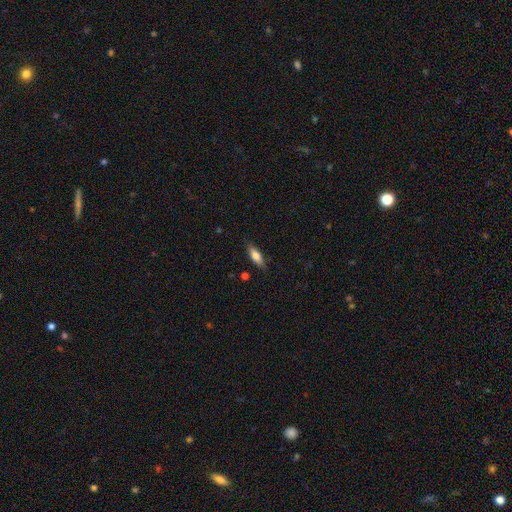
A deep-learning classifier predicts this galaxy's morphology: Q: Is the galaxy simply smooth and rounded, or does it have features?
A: smooth — 74%.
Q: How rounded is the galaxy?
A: in between — 63%.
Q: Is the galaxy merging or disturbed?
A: none — 84%.